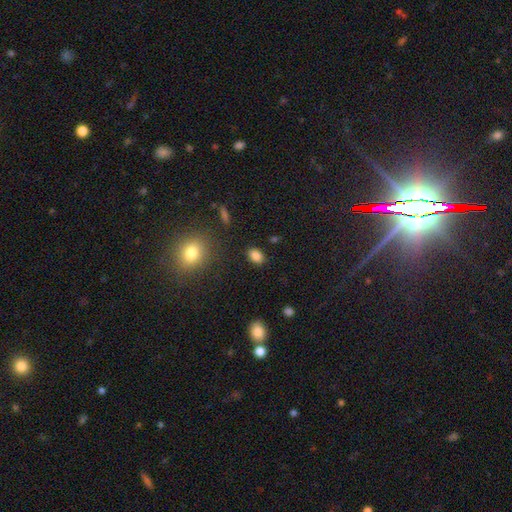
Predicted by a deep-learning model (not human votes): smooth-or-featured: smooth: 85% | star or artifact: 11% | featured or disk: 4%
  how-rounded: in between: 79% | round: 19% | cigar-shaped: 2%
  merging: none: 85% | minor disturbance: 10% | major disturbance: 3% | merger: 2%